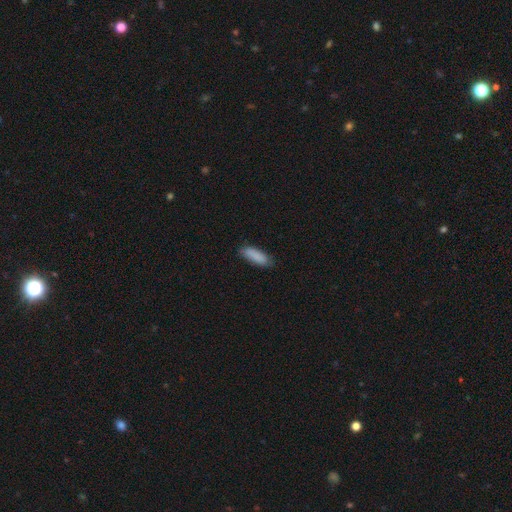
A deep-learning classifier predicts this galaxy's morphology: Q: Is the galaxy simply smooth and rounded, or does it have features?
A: smooth — 88%.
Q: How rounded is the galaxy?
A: in between — 59%.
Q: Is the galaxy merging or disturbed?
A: none — 79%.